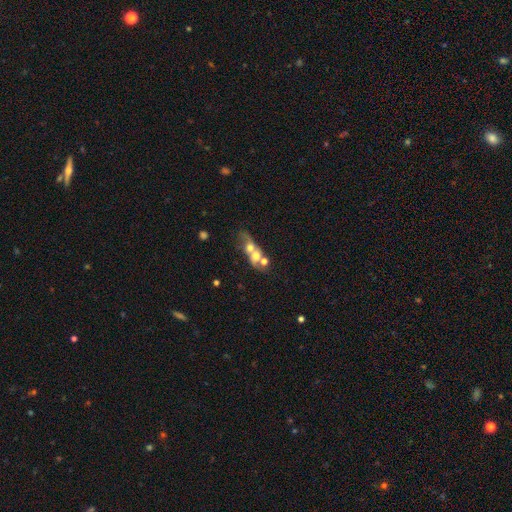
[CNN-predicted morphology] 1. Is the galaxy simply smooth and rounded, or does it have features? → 49% smooth, 38% featured or disk, 13% star or artifact.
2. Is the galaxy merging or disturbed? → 63% merger, 20% none, 9% major disturbance, 8% minor disturbance.